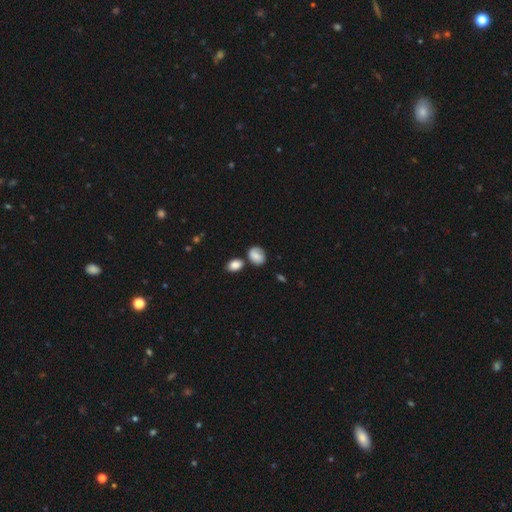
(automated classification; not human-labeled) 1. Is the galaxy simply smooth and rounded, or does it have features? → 71% smooth, 20% featured or disk, 9% star or artifact.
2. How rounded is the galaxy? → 55% in between, 44% round, 1% cigar-shaped.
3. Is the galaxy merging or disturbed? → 62% none, 18% minor disturbance, 15% merger, 5% major disturbance.